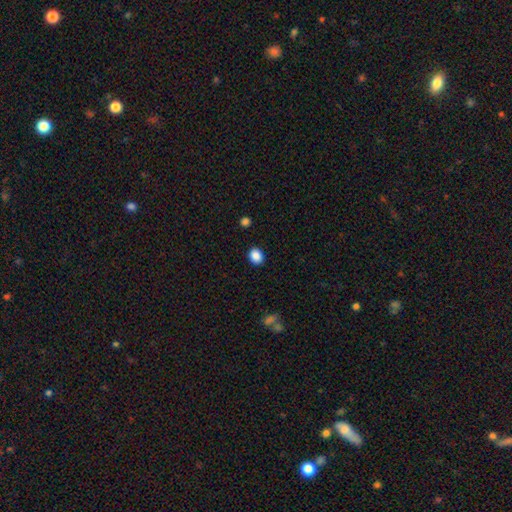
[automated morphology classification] smooth_or_featured: smooth (p=0.88) [alt: star or artifact p=0.09]
how_rounded: round (p=0.56) [alt: in between p=0.43]
merging: none (p=0.90) [alt: minor disturbance p=0.07]